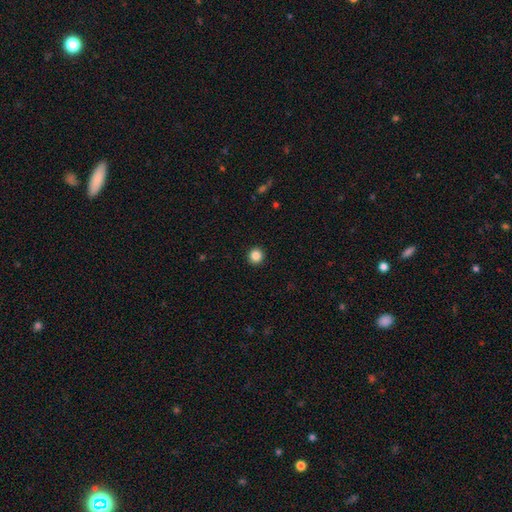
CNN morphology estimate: smooth-or-featured: smooth: 86% | star or artifact: 10% | featured or disk: 4%
  how-rounded: round: 94% | in between: 5% | cigar-shaped: 1%
  merging: none: 93% | minor disturbance: 4% | major disturbance: 2% | merger: 1%